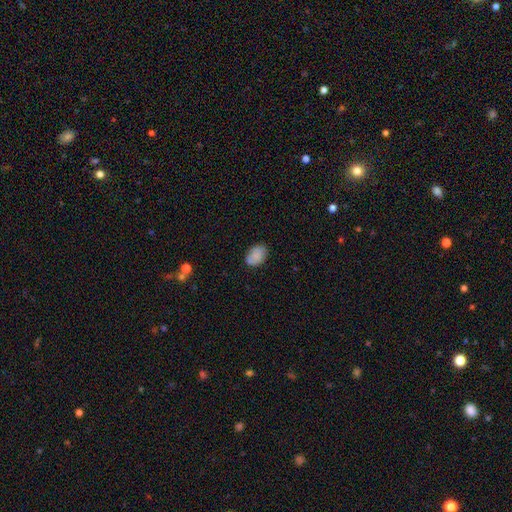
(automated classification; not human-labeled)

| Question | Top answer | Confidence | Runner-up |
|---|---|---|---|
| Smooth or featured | smooth | 82% | featured or disk (10%) |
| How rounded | in between | 82% | round (17%) |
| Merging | none | 73% | minor disturbance (19%) |